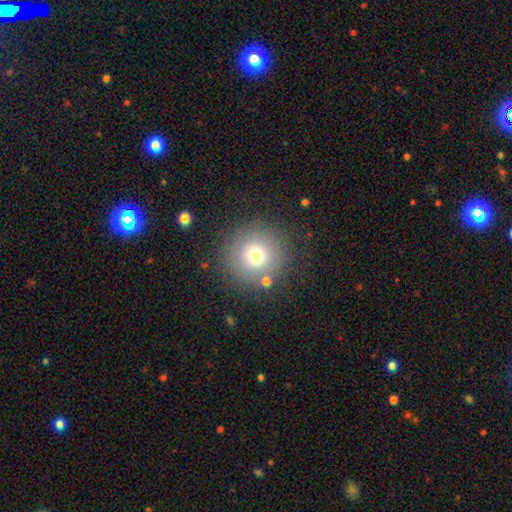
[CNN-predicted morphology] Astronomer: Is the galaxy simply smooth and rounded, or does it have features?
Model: smooth — 71%.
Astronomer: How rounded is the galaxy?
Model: round — 96%.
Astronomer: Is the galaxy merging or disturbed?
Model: none — 83%.